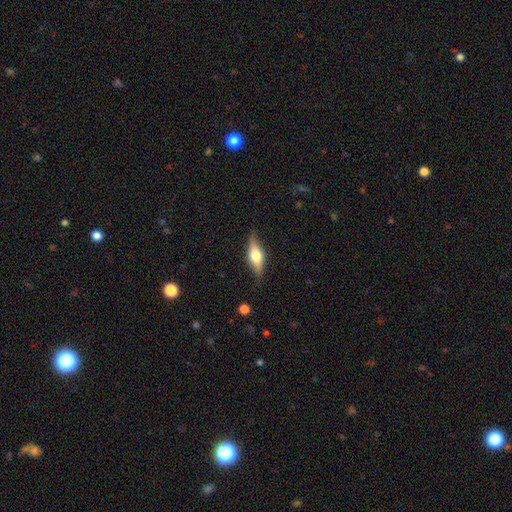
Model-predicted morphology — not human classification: This is possibly a featured or disk galaxy (55%). It is clearly viewed edge-on (91%). Edge-on bulge: clearly rounded (92%). Merging: clearly none (81%).